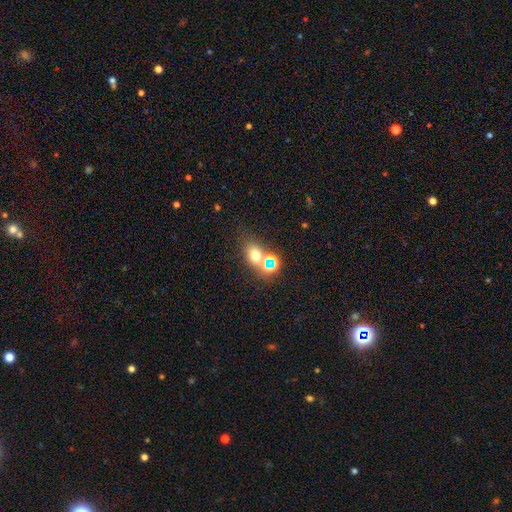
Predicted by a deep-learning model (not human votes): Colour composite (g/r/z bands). It shows a smooth galaxy with no disk features (61%) that is round (52%). Merging: none (57%).